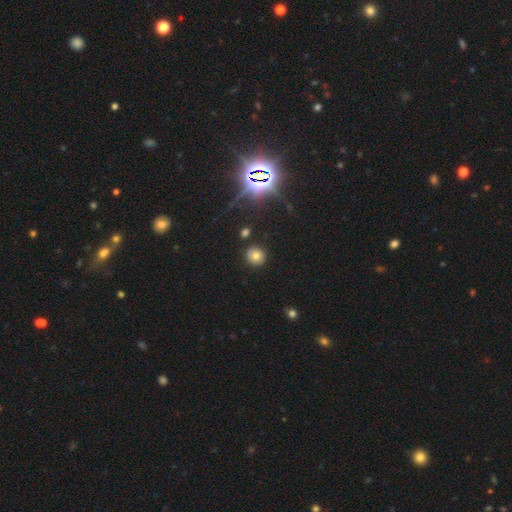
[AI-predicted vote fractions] Smooth or featured? Predicted: smooth (p=0.71). How rounded? Predicted: round (p=0.83). Merging? Predicted: none (p=0.88).